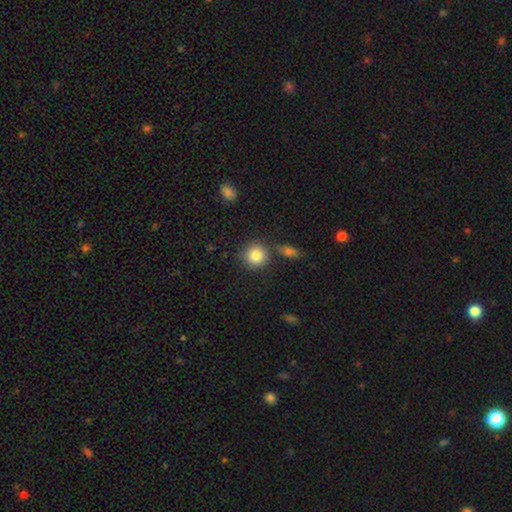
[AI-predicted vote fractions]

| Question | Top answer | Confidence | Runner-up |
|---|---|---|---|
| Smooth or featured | smooth | 84% | star or artifact (9%) |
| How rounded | round | 90% | in between (9%) |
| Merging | none | 77% | merger (10%) |